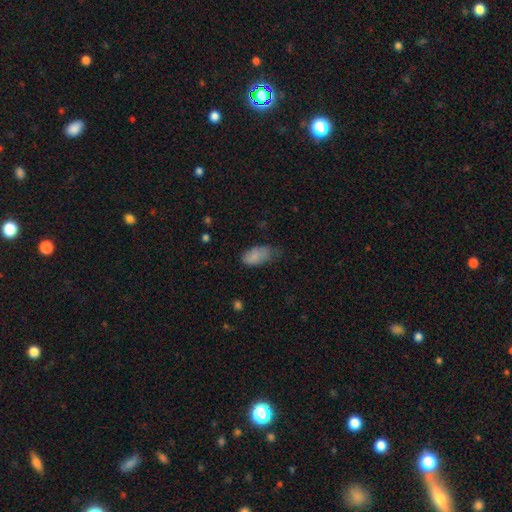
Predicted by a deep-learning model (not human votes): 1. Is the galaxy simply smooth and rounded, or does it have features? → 83% smooth, 9% star or artifact, 8% featured or disk.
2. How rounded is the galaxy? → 93% in between, 4% round, 3% cigar-shaped.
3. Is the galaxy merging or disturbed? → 41% minor disturbance (tied), 41% none (tied), 16% major disturbance, 2% merger.